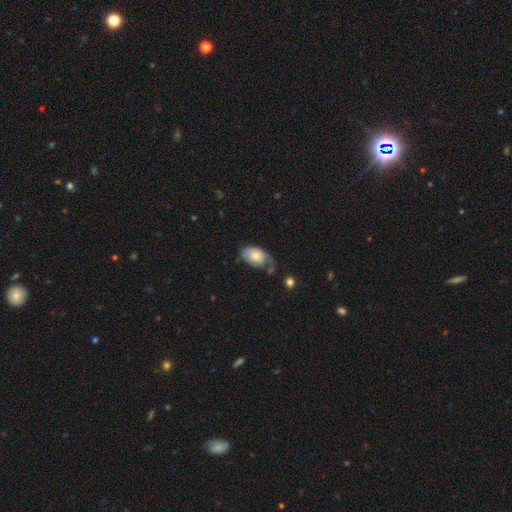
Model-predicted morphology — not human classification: smooth 69%, featured or disk 25%, star or artifact 6%. Down the decision tree: how rounded — in between (91%); merging — none (37%).